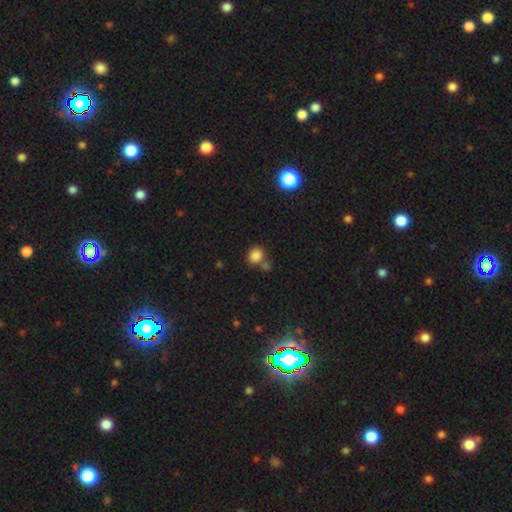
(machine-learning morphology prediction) Overall: smooth (84%). How rounded: round (72%). Merging: none (62%).